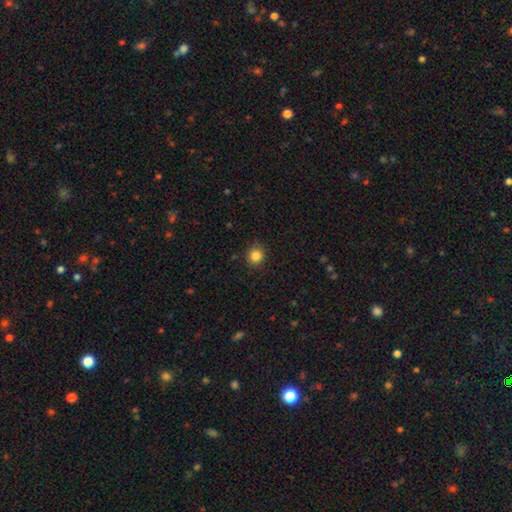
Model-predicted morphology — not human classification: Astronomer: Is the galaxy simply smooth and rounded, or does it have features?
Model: smooth — 85%.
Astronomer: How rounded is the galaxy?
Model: round — 88%.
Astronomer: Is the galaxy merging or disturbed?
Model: none — 88%.